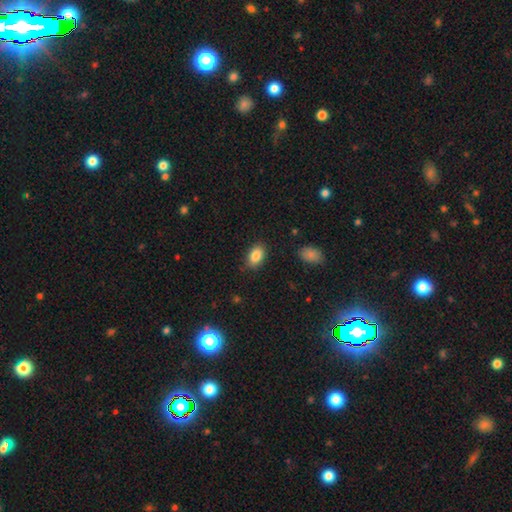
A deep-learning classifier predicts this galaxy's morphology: Overall: smooth (86%). How rounded: in between (89%). Merging: none (85%).